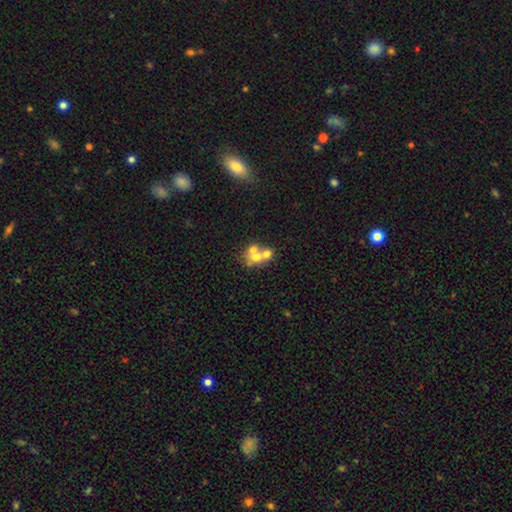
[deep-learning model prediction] smooth-or-featured: smooth: 54% | featured or disk: 32% | star or artifact: 14%
  how-rounded: round: 67% | in between: 32% | cigar-shaped: 1%
  merging: merger: 60% | none: 28% | minor disturbance: 7% | major disturbance: 5%